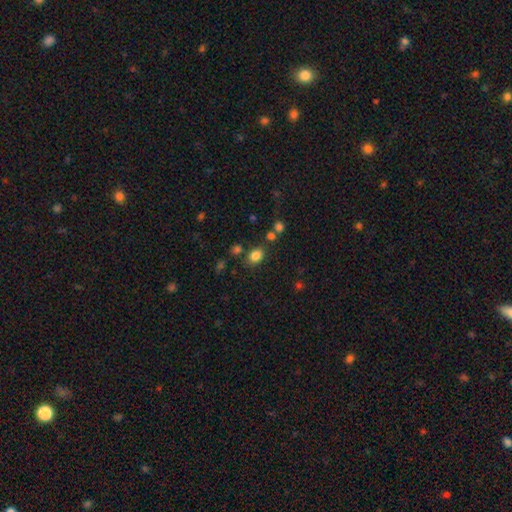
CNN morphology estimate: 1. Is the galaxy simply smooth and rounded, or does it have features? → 83% smooth, 12% star or artifact, 5% featured or disk.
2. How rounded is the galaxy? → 65% in between, 34% round, 1% cigar-shaped.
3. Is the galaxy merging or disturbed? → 75% none, 12% minor disturbance, 9% merger, 4% major disturbance.